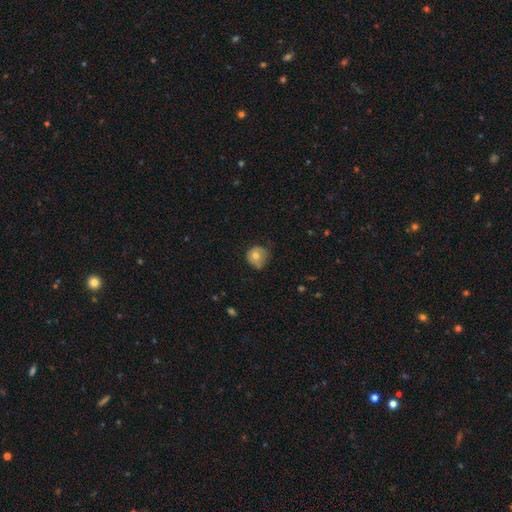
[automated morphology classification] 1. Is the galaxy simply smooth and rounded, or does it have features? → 70% smooth, 22% featured or disk, 9% star or artifact.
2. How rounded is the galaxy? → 81% round, 18% in between, 1% cigar-shaped.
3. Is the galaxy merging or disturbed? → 49% none, 38% minor disturbance, 11% major disturbance, 2% merger.